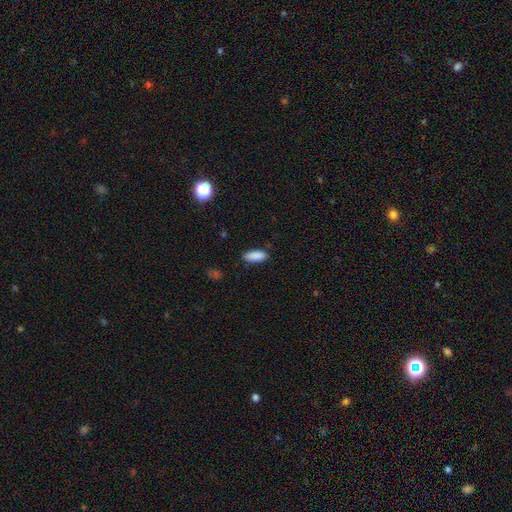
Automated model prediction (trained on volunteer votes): smooth-or-featured: smooth: 89% | star or artifact: 7% | featured or disk: 4%
  how-rounded: in between: 78% | cigar-shaped: 20% | round: 2%
  merging: none: 86% | minor disturbance: 10% | major disturbance: 2% | merger: 1%